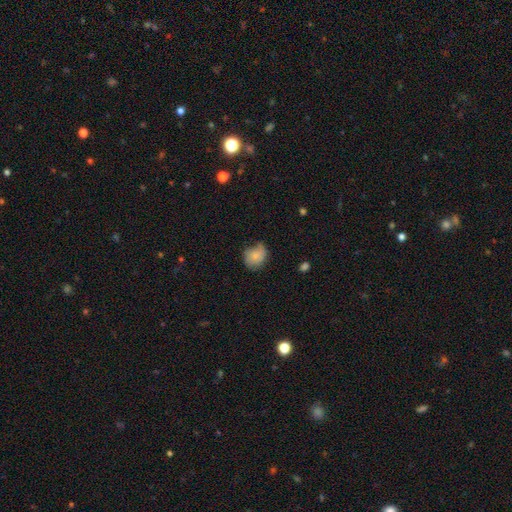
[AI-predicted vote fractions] Overall: smooth (74%). How rounded: round (61%; in between 38%). Merging: none (54%; minor disturbance 35%).